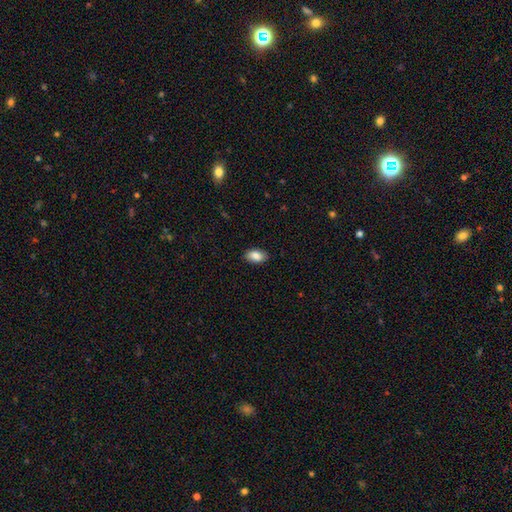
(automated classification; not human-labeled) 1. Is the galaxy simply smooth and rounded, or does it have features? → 86% smooth, 7% star or artifact, 7% featured or disk.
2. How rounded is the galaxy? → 93% in between, 6% round, 2% cigar-shaped.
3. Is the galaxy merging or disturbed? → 88% none, 9% minor disturbance, 2% major disturbance, 1% merger.